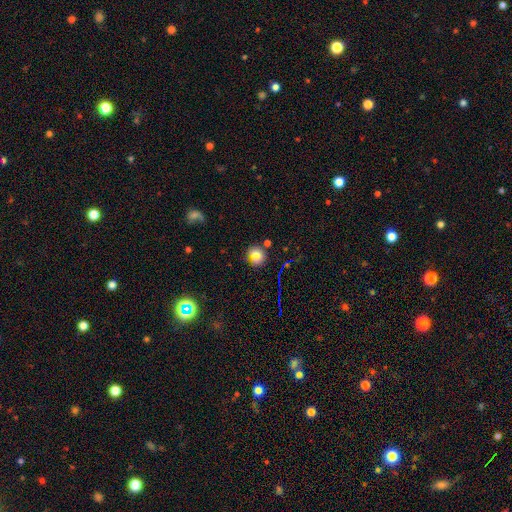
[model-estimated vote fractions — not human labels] Morphology: type=smooth (76%); roundness=round (85%); merging=none (70%).